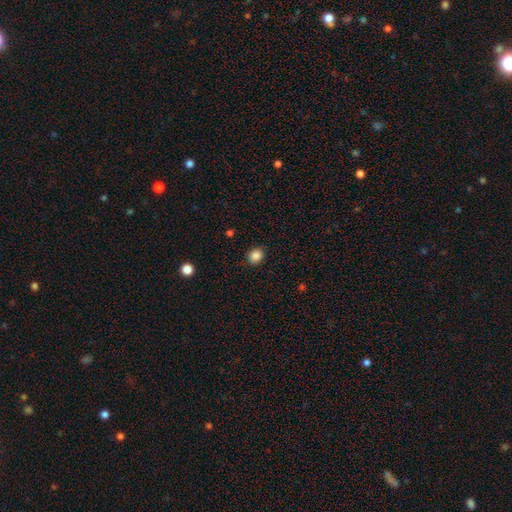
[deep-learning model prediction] smooth 87%, star or artifact 10%, featured or disk 3%. Down the decision tree: how rounded — round (69%); merging — none (88%).